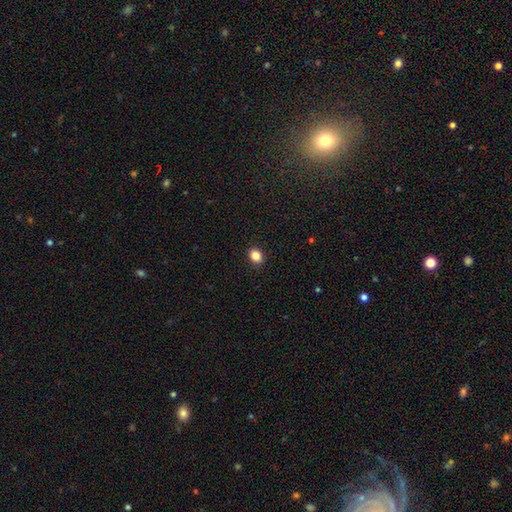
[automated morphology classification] smooth 85%, star or artifact 10%, featured or disk 4%. Down the decision tree: how rounded — in between (51%); merging — none (91%).